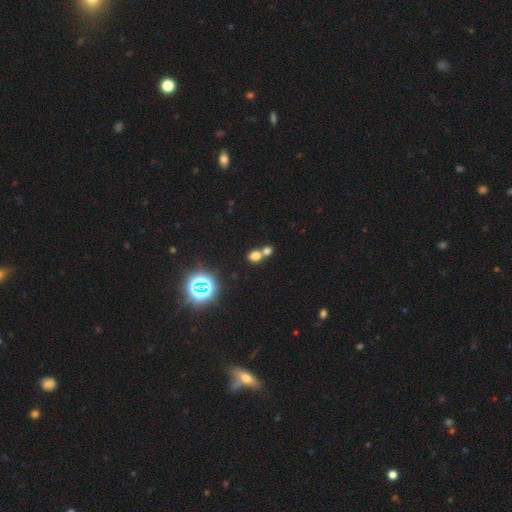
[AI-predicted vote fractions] Q: Smooth or featured?
A: smooth (66%); runner-up: star or artifact (25%)
Q: How rounded?
A: round (68%); runner-up: in between (31%)
Q: Merging?
A: merger (51%); runner-up: none (40%)